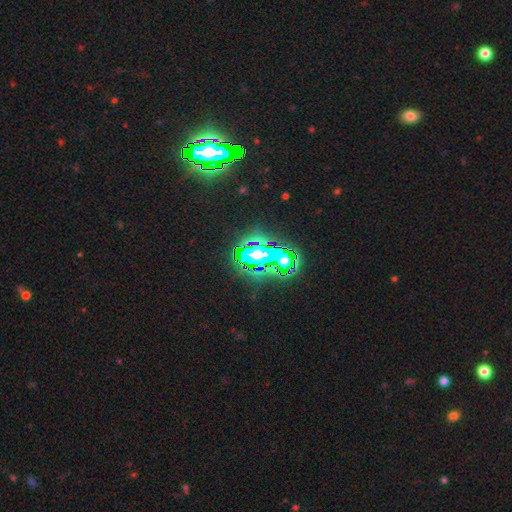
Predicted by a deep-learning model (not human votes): Overall: star or artifact (68%).